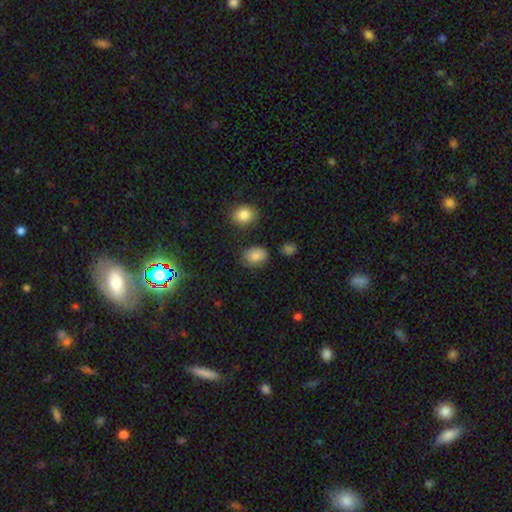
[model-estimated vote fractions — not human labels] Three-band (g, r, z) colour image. It shows a smooth galaxy with no disk features (84%) that is in between round and cigar-shaped (66%). Merging: none (79%).